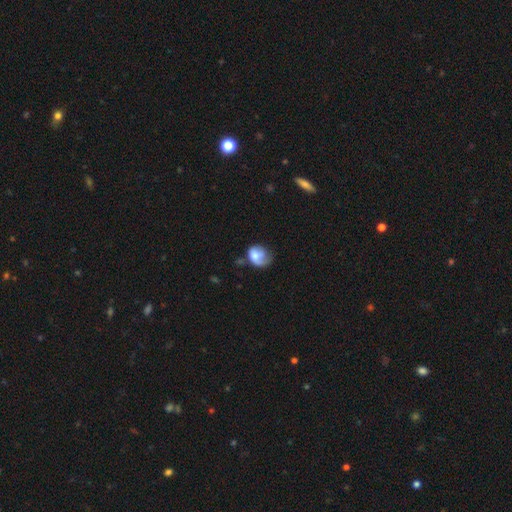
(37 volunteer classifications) A smooth galaxy with no disk features (59%) that is in between round and cigar-shaped (59%).

Vote fractions:
- Smooth or featured? smooth: 59% / featured or disk: 35% / star or artifact: 5%
- How rounded? in between: 59% / round: 41% / cigar-shaped: 0%
- Merging? none: 43% / major disturbance: 29% / minor disturbance: 23% / merger: 6%